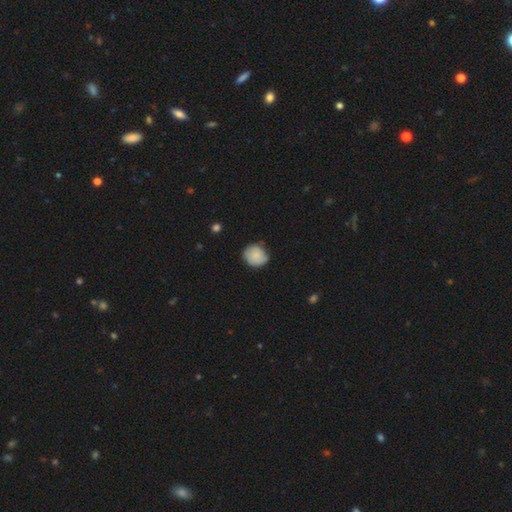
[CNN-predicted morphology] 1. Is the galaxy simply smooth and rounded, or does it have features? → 75% smooth, 17% featured or disk, 7% star or artifact.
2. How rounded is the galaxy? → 77% round, 22% in between, 1% cigar-shaped.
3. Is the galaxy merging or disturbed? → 71% none, 23% minor disturbance, 4% major disturbance, 1% merger.